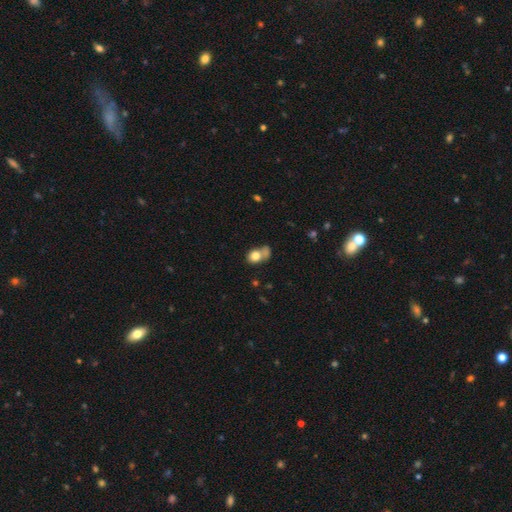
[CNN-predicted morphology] Smooth or featured: smooth — 77% (featured or disk — 14%)
How rounded: in between — 52% (round — 46%)
Merging: merger — 40% (none — 31%)